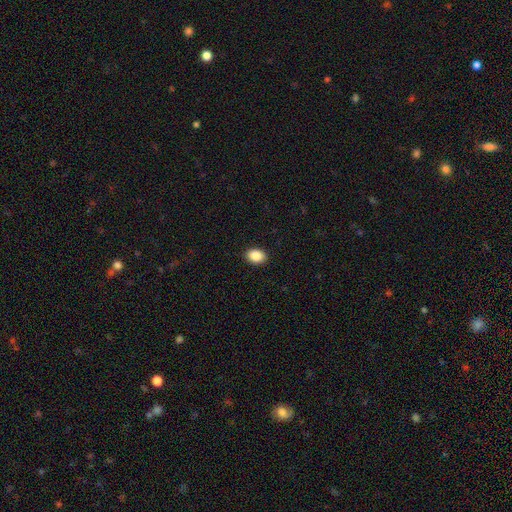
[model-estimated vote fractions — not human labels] A smooth galaxy with no disk features (89%) that is in between round and cigar-shaped (77%).

Vote fractions:
- Smooth or featured? smooth: 89% / star or artifact: 8% / featured or disk: 3%
- How rounded? in between: 77% / round: 22% / cigar-shaped: 1%
- Merging? none: 90% / minor disturbance: 7% / major disturbance: 2% / merger: 1%